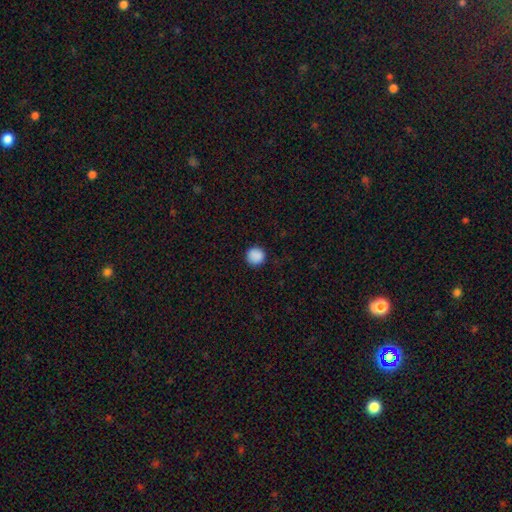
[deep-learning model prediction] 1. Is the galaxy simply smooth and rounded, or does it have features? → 89% smooth, 9% star or artifact, 2% featured or disk.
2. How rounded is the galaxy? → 95% round, 4% in between, 1% cigar-shaped.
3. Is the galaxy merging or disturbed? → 91% none, 6% minor disturbance, 2% major disturbance, 1% merger.